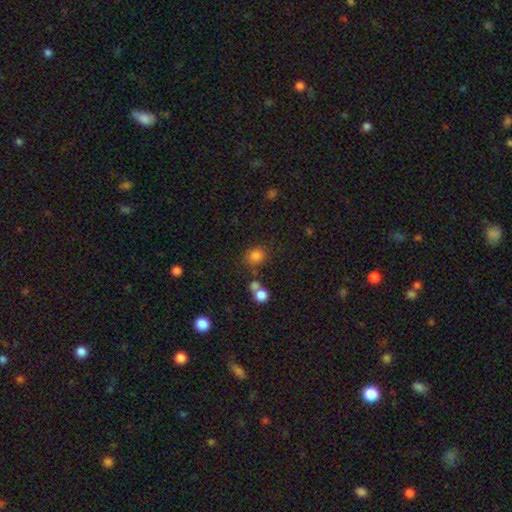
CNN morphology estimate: A smooth galaxy with no disk features (81%) that is round (69%). Merging: none (70%).